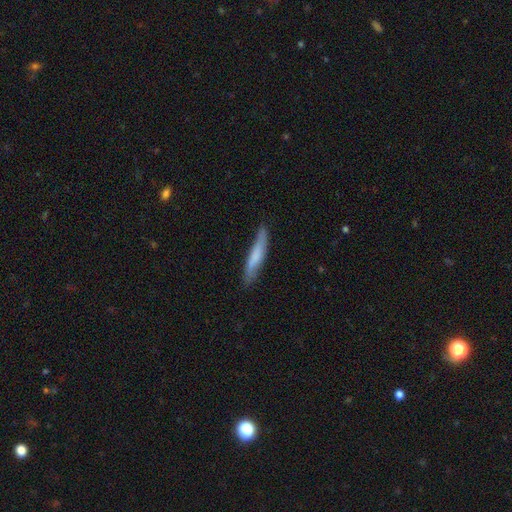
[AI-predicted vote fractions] smooth 65%, featured or disk 30%, star or artifact 6%. Down the decision tree: how rounded — cigar-shaped (91%); merging — none (79%).